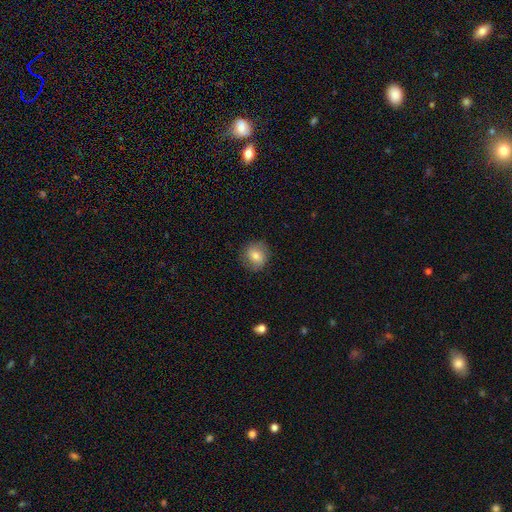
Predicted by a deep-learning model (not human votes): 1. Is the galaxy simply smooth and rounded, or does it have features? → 74% smooth, 17% featured or disk, 8% star or artifact.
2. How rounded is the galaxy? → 81% round, 18% in between, 1% cigar-shaped.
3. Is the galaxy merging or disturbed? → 83% none, 12% minor disturbance, 4% major disturbance, 1% merger.